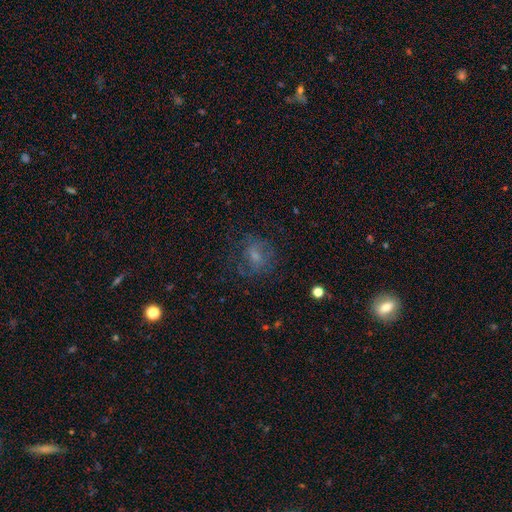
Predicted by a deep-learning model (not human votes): A smooth galaxy with no disk features (52%) that is round (67%).

Vote fractions:
- Smooth or featured? smooth: 52% / featured or disk: 31% / star or artifact: 17%
- How rounded? round: 67% / in between: 32% / cigar-shaped: 1%
- Merging? none: 62% / minor disturbance: 19% / major disturbance: 18% / merger: 2%